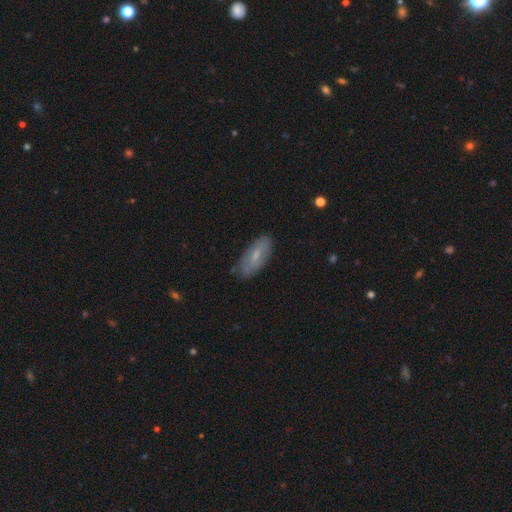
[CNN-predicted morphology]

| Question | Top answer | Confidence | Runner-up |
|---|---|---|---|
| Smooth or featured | smooth | 58% | featured or disk (35%) |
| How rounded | in between | 77% | cigar-shaped (21%) |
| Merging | none | 76% | minor disturbance (19%) |